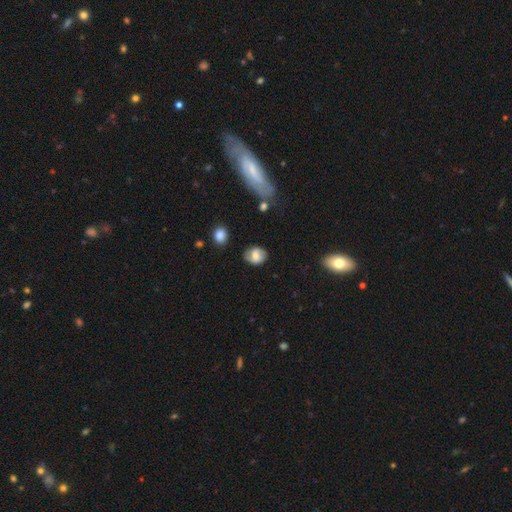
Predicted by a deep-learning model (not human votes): smooth 63%, featured or disk 28%, star or artifact 9%. Down the decision tree: how rounded — in between (52%); merging — none (75%).